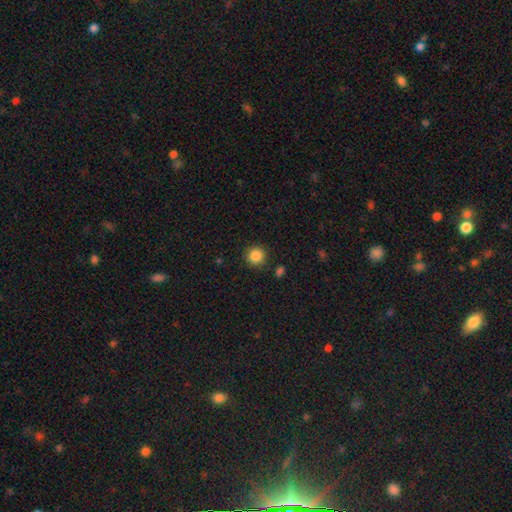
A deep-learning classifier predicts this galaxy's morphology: Smooth or featured? Predicted: smooth (p=0.86). How rounded? Predicted: round (p=0.94). Merging? Predicted: none (p=0.90).